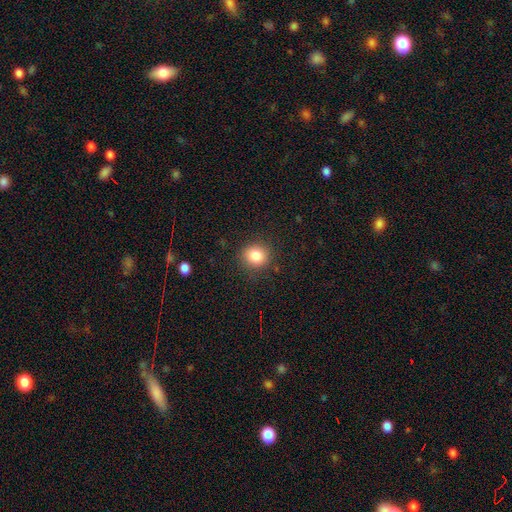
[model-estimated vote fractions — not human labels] smooth 84%, star or artifact 10%, featured or disk 6%. Down the decision tree: how rounded — round (84%); merging — none (87%).